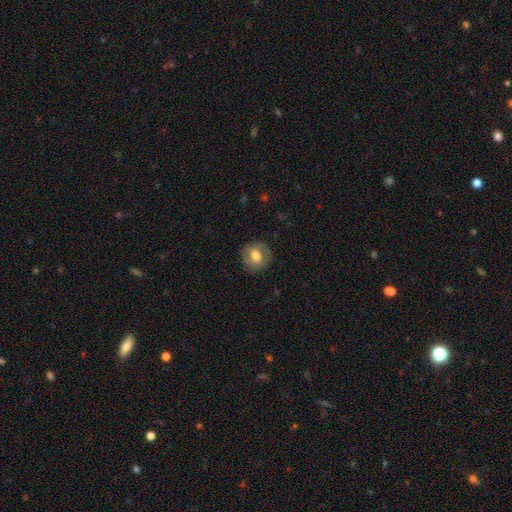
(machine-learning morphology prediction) smooth 64%, featured or disk 27%, star or artifact 8%. Down the decision tree: how rounded — round (82%); merging — none (83%).